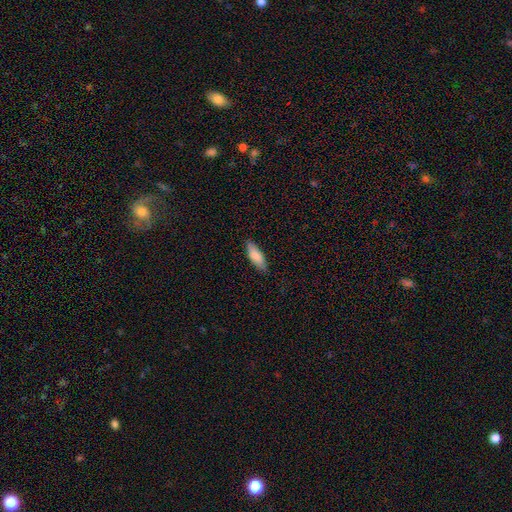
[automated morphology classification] smooth 83%, featured or disk 11%, star or artifact 6%. Down the decision tree: how rounded — in between (60%); merging — none (84%).